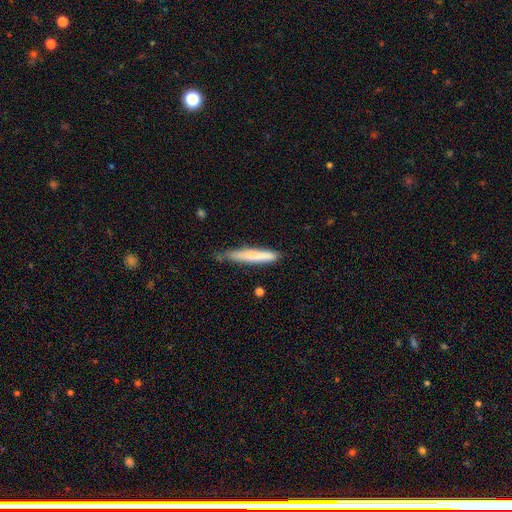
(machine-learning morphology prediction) Smooth or featured: smooth — 73% (featured or disk — 22%)
How rounded: cigar-shaped — 93% (in between — 5%)
Merging: none — 69% (minor disturbance — 24%)